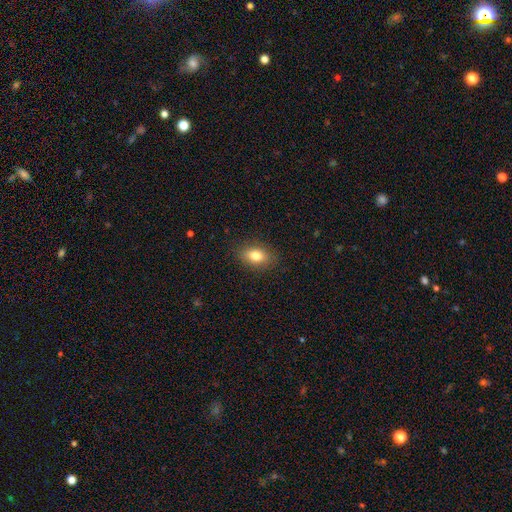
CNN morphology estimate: smooth 81%, featured or disk 10%, star or artifact 9%. Down the decision tree: how rounded — in between (81%); merging — none (87%).